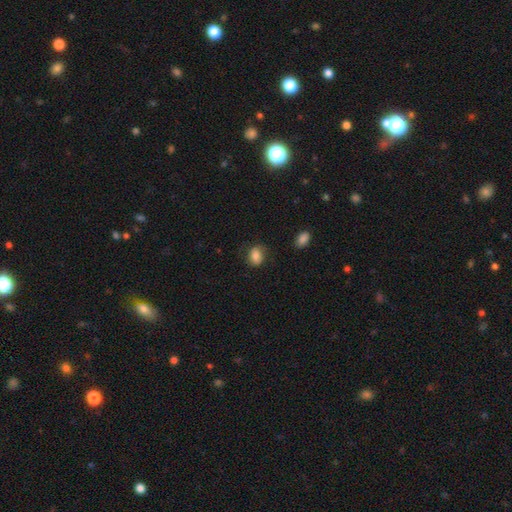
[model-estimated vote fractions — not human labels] Smooth or featured: smooth — 83% (featured or disk — 9%)
How rounded: in between — 63% (round — 36%)
Merging: none — 72% (minor disturbance — 20%)